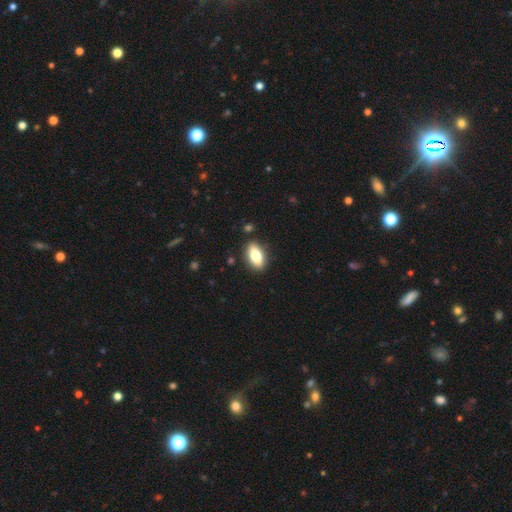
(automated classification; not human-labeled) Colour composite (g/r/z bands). It shows a smooth galaxy with no disk features (75%) that is in between round and cigar-shaped (87%). Merging: none (87%).